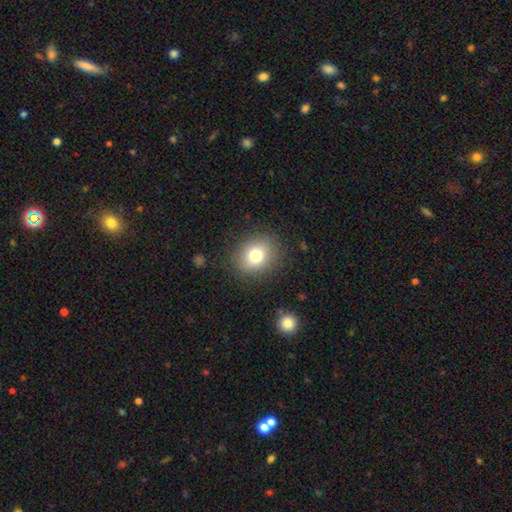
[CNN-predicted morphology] Smooth or featured? Predicted: smooth (p=0.77). How rounded? Predicted: round (p=0.67). Merging? Predicted: none (p=0.86).